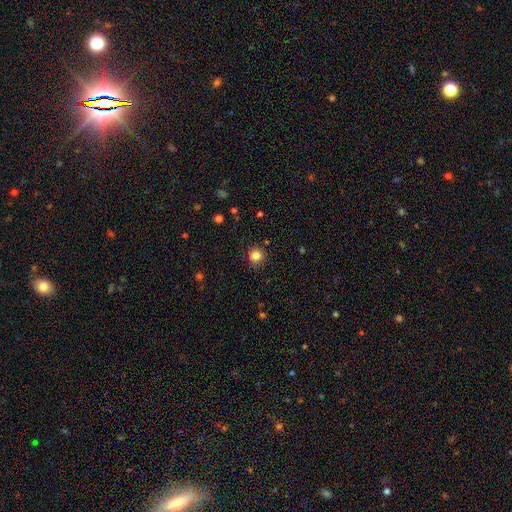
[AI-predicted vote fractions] A smooth galaxy with no disk features (84%) that is round (94%).

Vote fractions:
- Smooth or featured? smooth: 84% / star or artifact: 12% / featured or disk: 5%
- How rounded? round: 94% / in between: 5% / cigar-shaped: 1%
- Merging? none: 91% / minor disturbance: 6% / major disturbance: 2% / merger: 1%